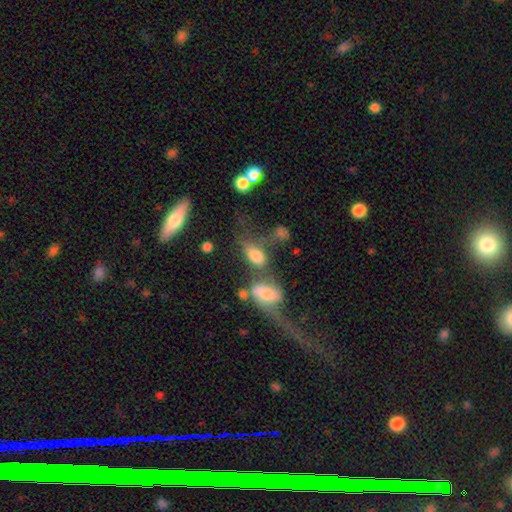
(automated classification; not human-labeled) smooth_or_featured: smooth (p=0.69) [alt: featured or disk p=0.18]
how_rounded: in between (p=0.85) [alt: round p=0.10]
merging: merger (p=0.44) [alt: none p=0.24]